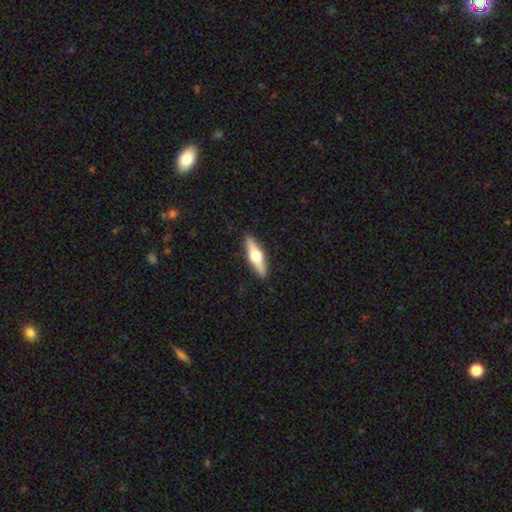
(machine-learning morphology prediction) Smooth or featured: featured or disk — 58% (smooth — 36%)
Edge-on disk: yes — 95% (no — 5%)
Edge-on bulge: rounded — 96% (boxy — 3%)
Merging: none — 91% (minor disturbance — 7%)